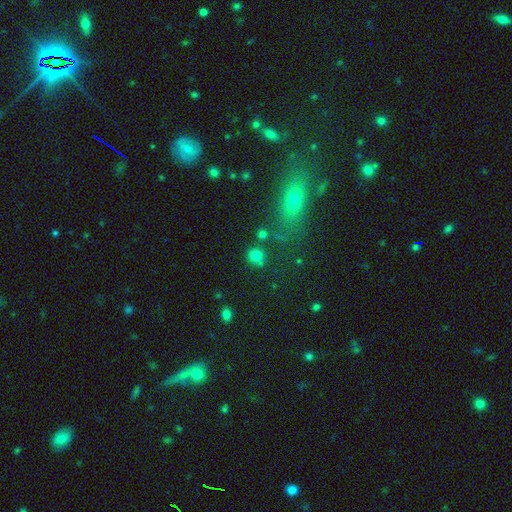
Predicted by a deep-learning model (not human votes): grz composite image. It shows a smooth galaxy with no disk features (77%) that is round (85%). Merging: none (73%).